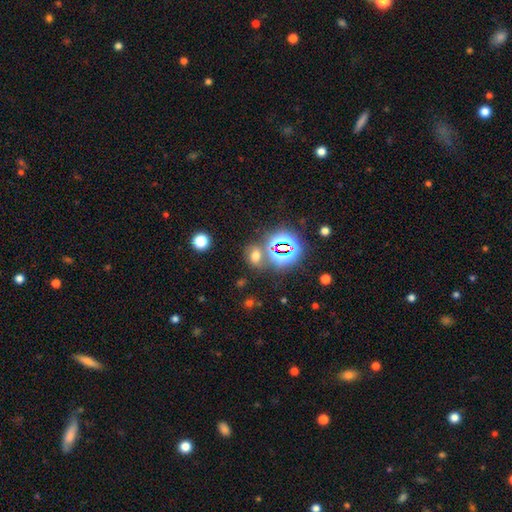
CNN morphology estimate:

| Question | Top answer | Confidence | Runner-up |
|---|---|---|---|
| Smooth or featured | smooth | 52% | star or artifact (38%) |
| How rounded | in between | 61% | round (37%) |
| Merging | none | 64% | merger (17%) |